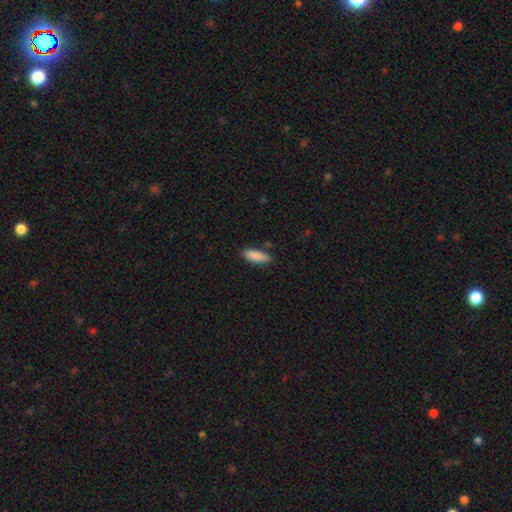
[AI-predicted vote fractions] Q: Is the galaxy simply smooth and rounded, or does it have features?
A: smooth — 88%.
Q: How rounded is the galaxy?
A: in between — 63%.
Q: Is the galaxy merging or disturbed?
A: none — 81%.